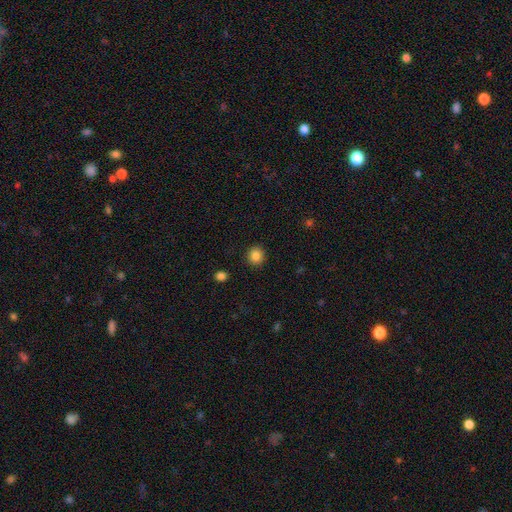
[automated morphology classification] Smooth or featured: smooth — 85% (star or artifact — 10%)
How rounded: round — 87% (in between — 12%)
Merging: none — 91% (minor disturbance — 6%)